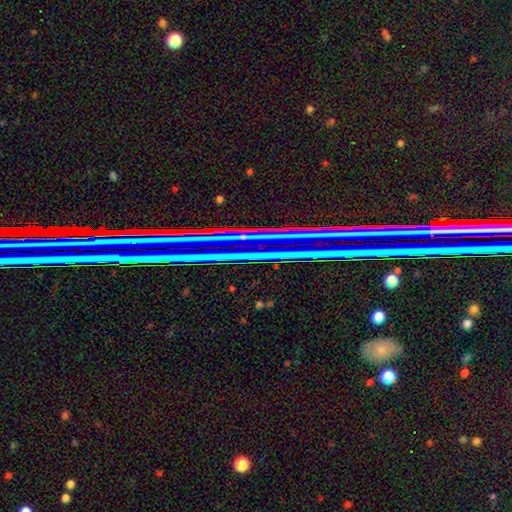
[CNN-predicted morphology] A star or artifact, not a galaxy (78%).

Vote fractions:
- Smooth or featured? star or artifact: 78% / featured or disk: 12% / smooth: 10%